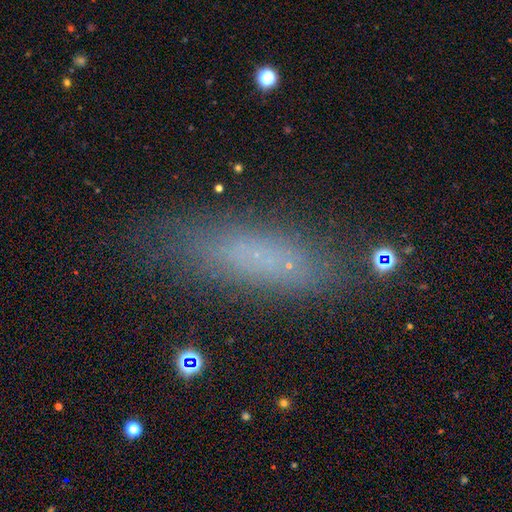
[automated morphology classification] smooth-or-featured: smooth: 65% | featured or disk: 19% | star or artifact: 15%
  how-rounded: cigar-shaped: 62% | in between: 35% | round: 3%
  merging: none: 75% | minor disturbance: 16% | major disturbance: 6% | merger: 3%